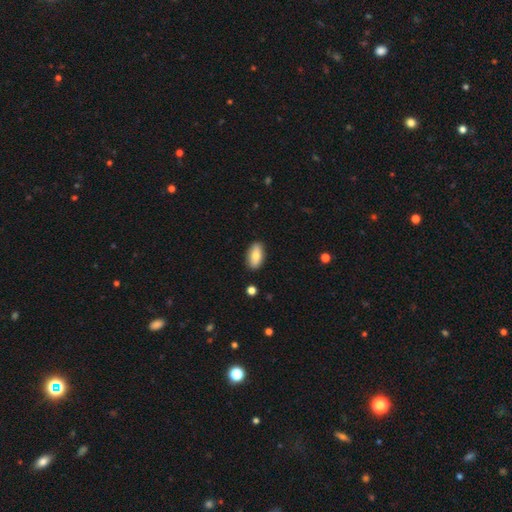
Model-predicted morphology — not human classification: Smooth or featured? Predicted: smooth (p=0.75). How rounded? Predicted: in between (p=0.90). Merging? Predicted: none (p=0.88).